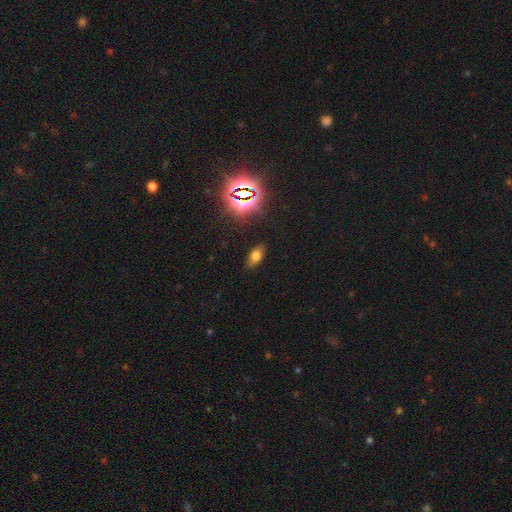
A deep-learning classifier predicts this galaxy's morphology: Smooth or featured? smooth (67%)
How rounded? in between (88%)
Merging? none (84%)